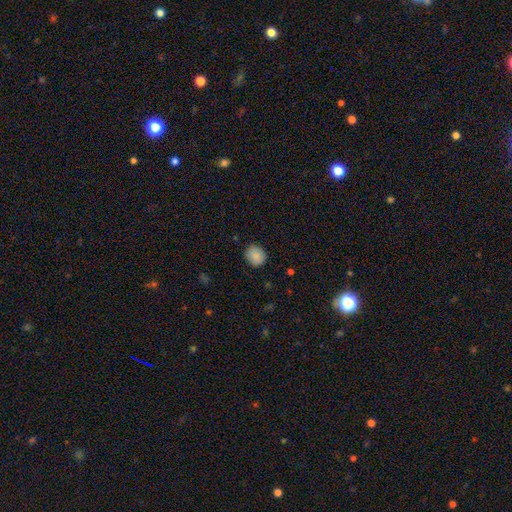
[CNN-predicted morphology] type=smooth (87%); roundness=round (73%); merging=none (84%).